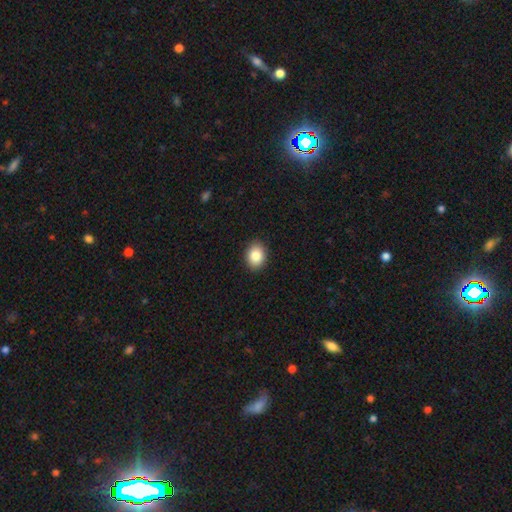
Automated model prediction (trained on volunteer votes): Q: Smooth or featured?
A: smooth (86%); runner-up: star or artifact (8%)
Q: How rounded?
A: in between (63%); runner-up: round (36%)
Q: Merging?
A: none (90%); runner-up: minor disturbance (7%)